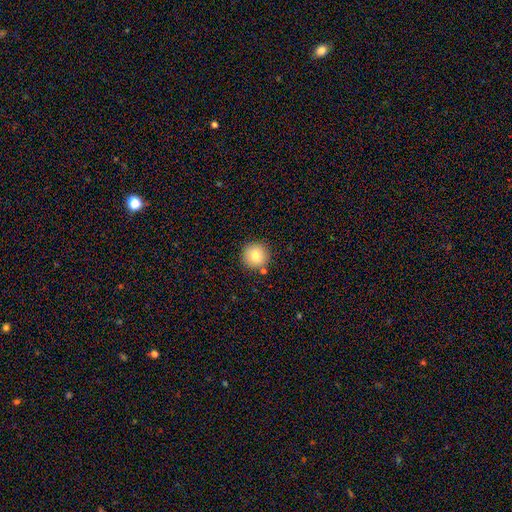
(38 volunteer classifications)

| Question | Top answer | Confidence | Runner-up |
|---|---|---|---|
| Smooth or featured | smooth | 89% | featured or disk (8%) |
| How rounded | round | 97% | in between (3%) |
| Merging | none | 89% | minor disturbance (5%) |